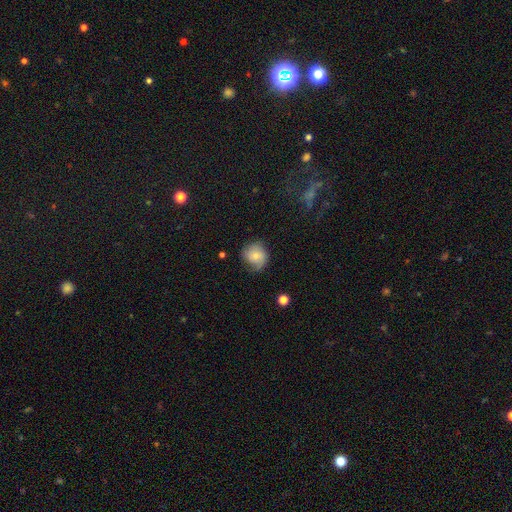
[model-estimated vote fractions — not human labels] Smooth or featured? Predicted: smooth (p=0.62). How rounded? Predicted: round (p=0.81). Merging? Predicted: none (p=0.59).